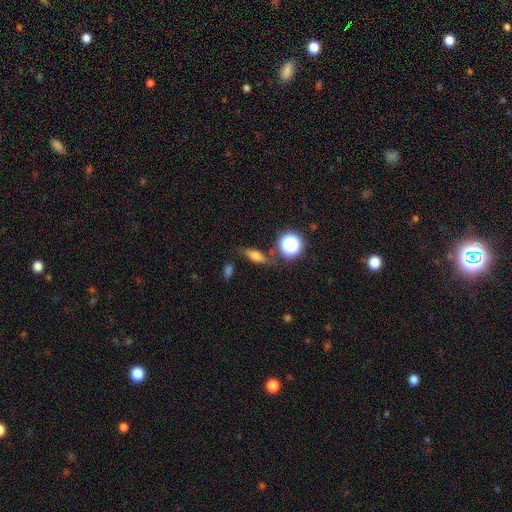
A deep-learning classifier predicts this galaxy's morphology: Smooth or featured? Predicted: smooth (p=0.65). How rounded? Predicted: in between (p=0.56). Merging? Predicted: none (p=0.72).